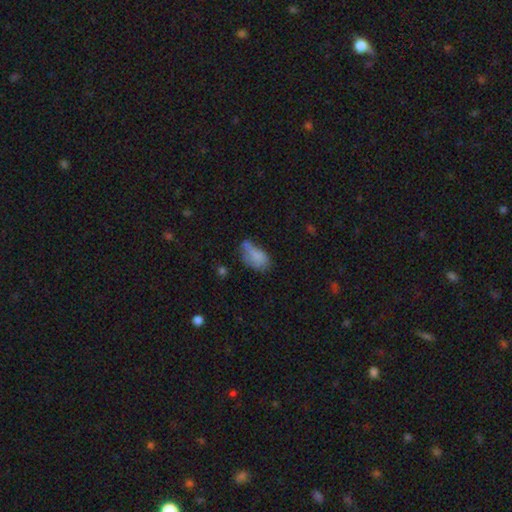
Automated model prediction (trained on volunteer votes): smooth-or-featured: smooth: 74% | featured or disk: 15% | star or artifact: 11%
  how-rounded: in between: 90% | round: 5% | cigar-shaped: 5%
  merging: minor disturbance: 33% (tied) | none: 33% (tied) | major disturbance: 21% | merger: 12%